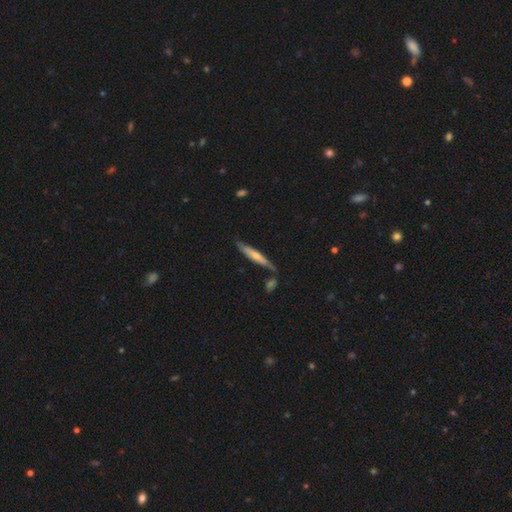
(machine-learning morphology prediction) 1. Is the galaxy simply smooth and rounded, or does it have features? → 50% smooth, 44% featured or disk, 5% star or artifact.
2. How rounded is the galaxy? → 90% cigar-shaped, 9% in between, 2% round.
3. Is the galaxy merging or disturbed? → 73% none, 16% minor disturbance, 8% merger, 3% major disturbance.